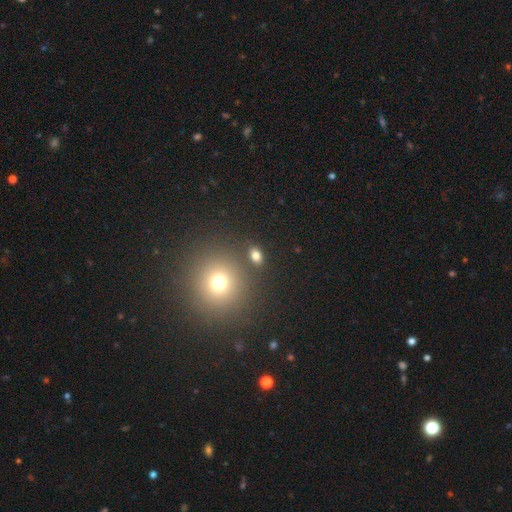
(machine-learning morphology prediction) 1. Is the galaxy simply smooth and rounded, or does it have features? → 77% smooth, 15% star or artifact, 8% featured or disk.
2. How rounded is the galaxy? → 73% in between, 24% round, 3% cigar-shaped.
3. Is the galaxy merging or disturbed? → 81% none, 9% minor disturbance, 7% merger, 3% major disturbance.